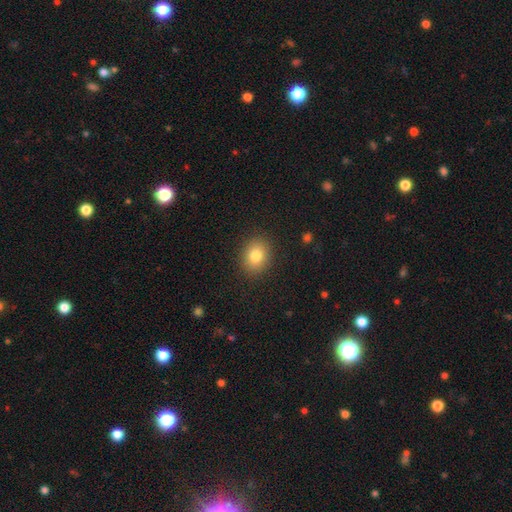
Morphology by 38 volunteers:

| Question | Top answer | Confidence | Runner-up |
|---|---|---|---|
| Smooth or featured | smooth | 89% | featured or disk (5%) |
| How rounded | round | 56% | in between (44%) |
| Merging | none | 94% | minor disturbance (6%) |